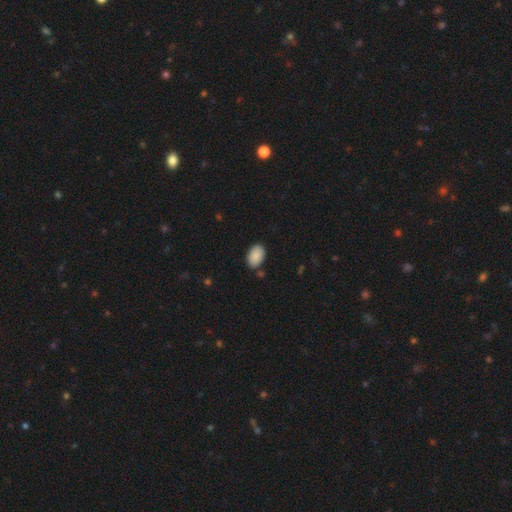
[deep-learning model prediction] Smooth or featured? smooth (90%)
How rounded? in between (91%)
Merging? none (84%)